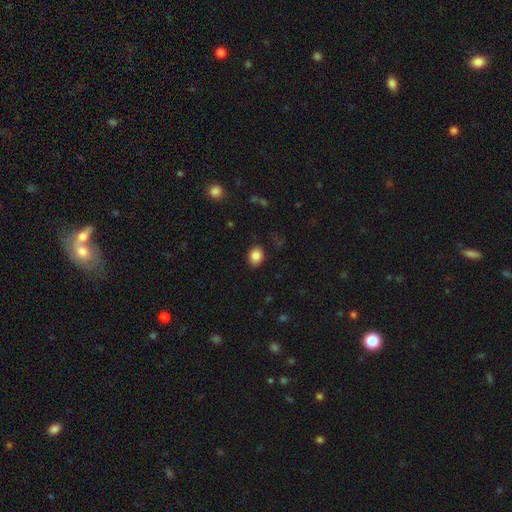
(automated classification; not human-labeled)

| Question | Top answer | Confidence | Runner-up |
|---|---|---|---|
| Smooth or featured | smooth | 85% | star or artifact (9%) |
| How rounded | in between | 54% | round (45%) |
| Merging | none | 86% | minor disturbance (10%) |